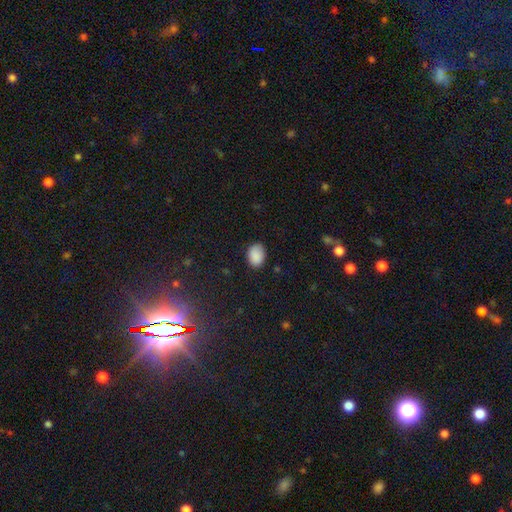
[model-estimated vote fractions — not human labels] This is clearly a smooth galaxy (89%). How rounded: likely in between (75%). Merging: clearly none (84%).